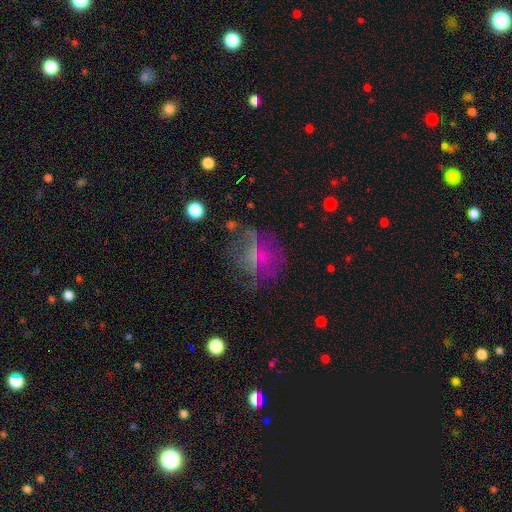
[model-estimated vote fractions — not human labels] The model was most divided on "smooth or featured": featured or disk: 41%, smooth: 38%, star or artifact: 20%. More confident: merging — none (53%).